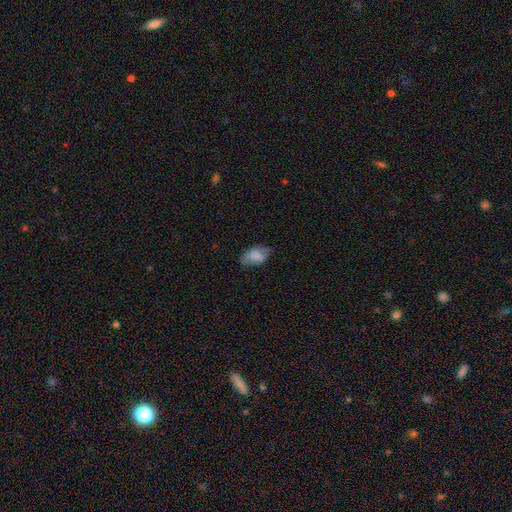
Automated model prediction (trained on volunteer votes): The model was most divided on "merging": none: 62%, minor disturbance: 28%, major disturbance: 9%, merger: 1%. More confident: how rounded — in between (91%); smooth or featured — smooth (74%).